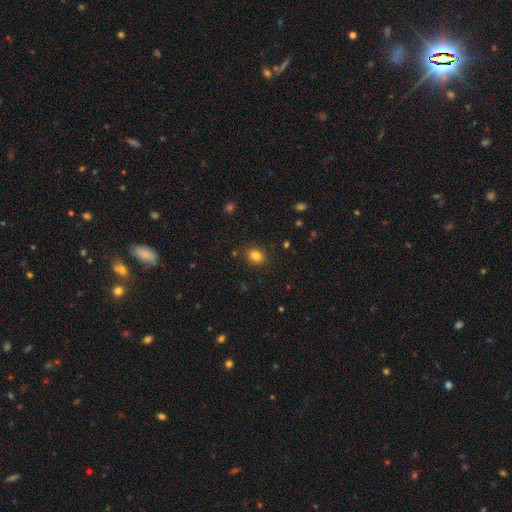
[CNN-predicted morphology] Smooth or featured? smooth (82%)
How rounded? round (57%)
Merging? none (88%)